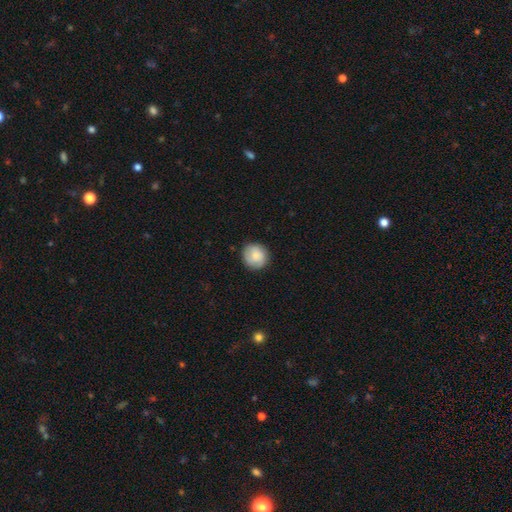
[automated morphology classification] A smooth galaxy with no disk features (82%) that is round (91%).

Vote fractions:
- Smooth or featured? smooth: 82% / featured or disk: 11% / star or artifact: 7%
- How rounded? round: 91% / in between: 8% / cigar-shaped: 1%
- Merging? none: 86% / minor disturbance: 11% / major disturbance: 2% / merger: 1%